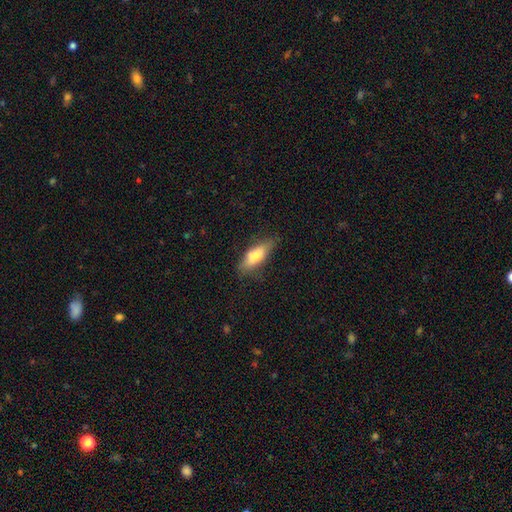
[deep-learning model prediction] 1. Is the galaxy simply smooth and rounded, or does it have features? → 67% smooth, 26% featured or disk, 7% star or artifact.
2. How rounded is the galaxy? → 62% in between, 36% cigar-shaped, 3% round.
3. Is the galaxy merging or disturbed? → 77% none, 18% minor disturbance, 4% major disturbance, 1% merger.